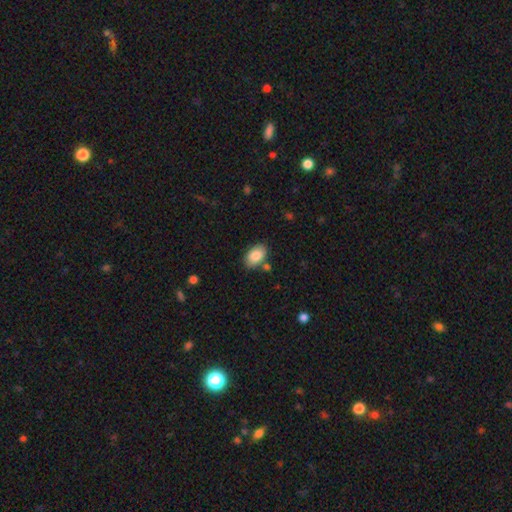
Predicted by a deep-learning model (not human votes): smooth-or-featured: smooth: 87% | star or artifact: 7% | featured or disk: 6%
  how-rounded: in between: 91% | round: 7% | cigar-shaped: 1%
  merging: none: 78% | minor disturbance: 13% | merger: 6% | major disturbance: 3%